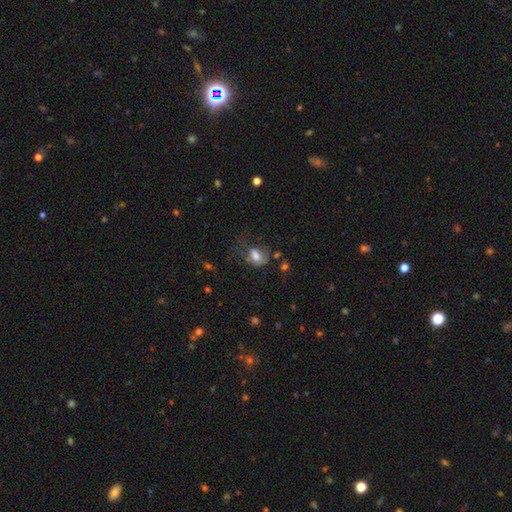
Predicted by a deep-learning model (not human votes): smooth_or_featured: smooth (p=0.68) [alt: featured or disk p=0.21]
how_rounded: in between (p=0.74) [alt: round p=0.24]
merging: major disturbance (p=0.42) [alt: none p=0.29]